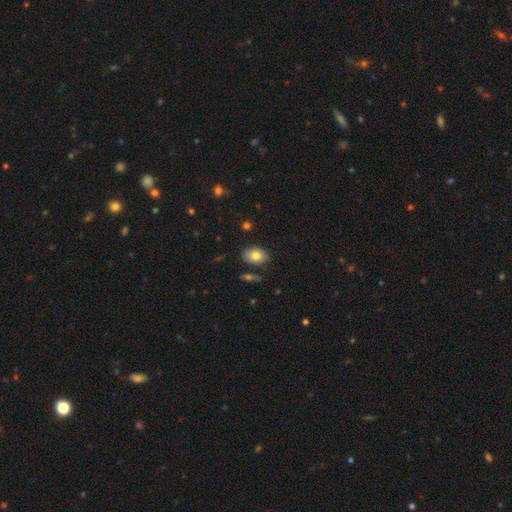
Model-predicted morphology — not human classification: type=smooth (79%); roundness=in between (80%); merging=none (80%).